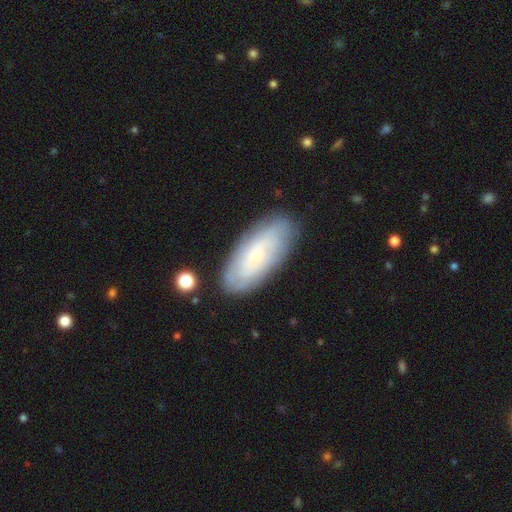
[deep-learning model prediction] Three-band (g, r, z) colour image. It shows a featured or disk galaxy (53%). Merging: none (81%).